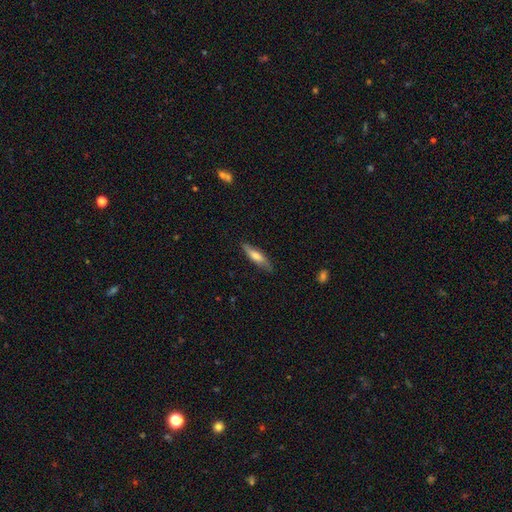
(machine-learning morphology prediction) smooth_or_featured: smooth (p=0.64) [alt: featured or disk p=0.31]
how_rounded: cigar-shaped (p=0.72) [alt: in between p=0.27]
merging: none (p=0.82) [alt: minor disturbance p=0.15]